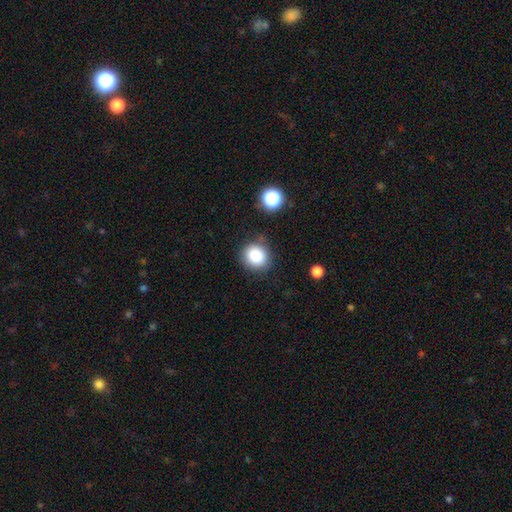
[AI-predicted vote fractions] Q: Smooth or featured?
A: smooth (85%); runner-up: star or artifact (10%)
Q: How rounded?
A: round (83%); runner-up: in between (16%)
Q: Merging?
A: none (81%); runner-up: minor disturbance (12%)